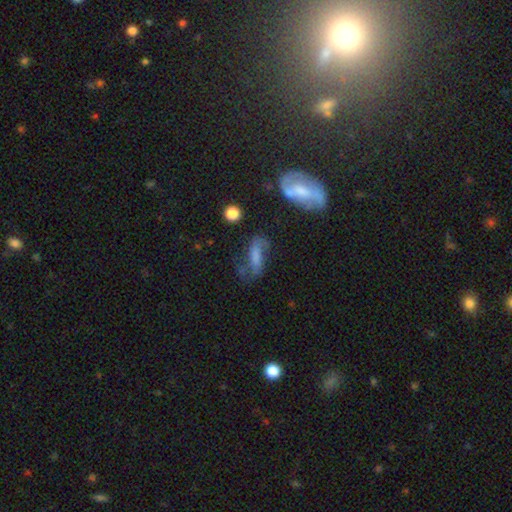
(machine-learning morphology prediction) featured or disk 45%, smooth 42%, star or artifact 13%. Down the decision tree: merging — none (48%).